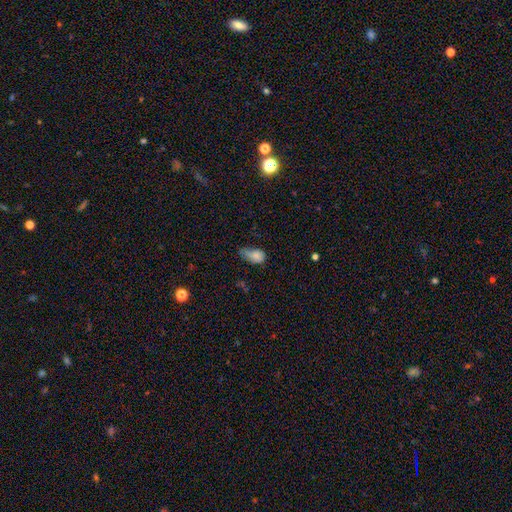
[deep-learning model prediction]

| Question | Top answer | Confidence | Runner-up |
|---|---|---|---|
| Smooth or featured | smooth | 78% | featured or disk (12%) |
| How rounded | in between | 85% | round (12%) |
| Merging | minor disturbance | 43% | major disturbance (28%) |